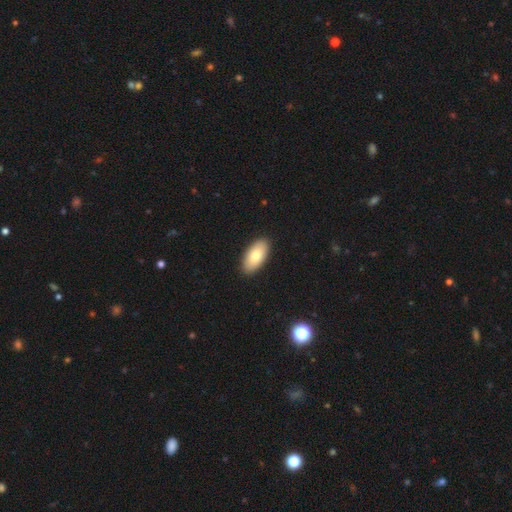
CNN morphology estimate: smooth-or-featured: smooth: 81% | featured or disk: 13% | star or artifact: 6%
  how-rounded: in between: 94% | cigar-shaped: 4% | round: 2%
  merging: none: 90% | minor disturbance: 7% | major disturbance: 2% | merger: 1%